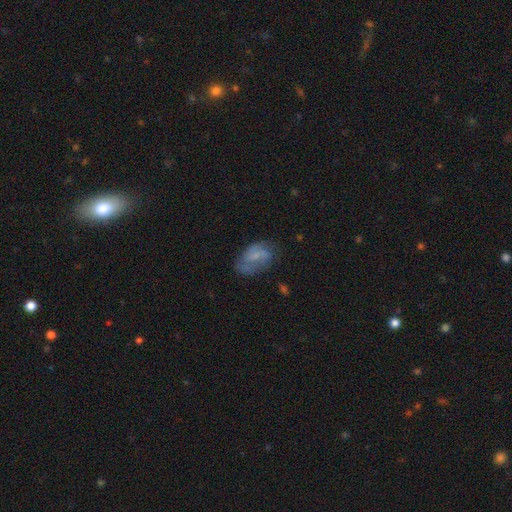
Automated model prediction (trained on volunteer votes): This is possibly a smooth galaxy (46%). Merging: possibly none (50%).